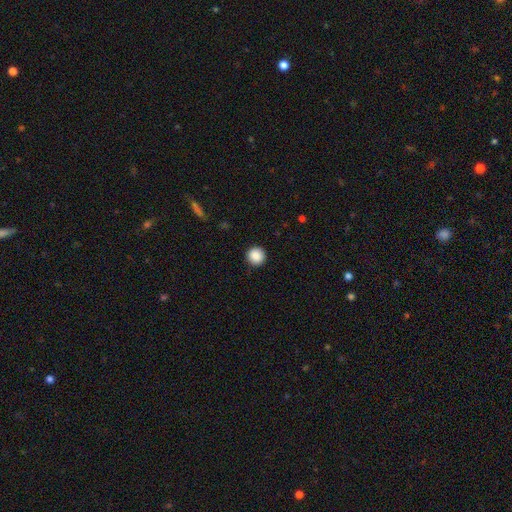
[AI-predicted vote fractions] Smooth or featured?
  - smooth: 88% *
  - star or artifact: 9%
  - featured or disk: 3%
How rounded?
  - round: 95% *
  - in between: 4%
  - cigar-shaped: 1%
Merging?
  - none: 92% *
  - minor disturbance: 6%
  - major disturbance: 2%
  - merger: 1%